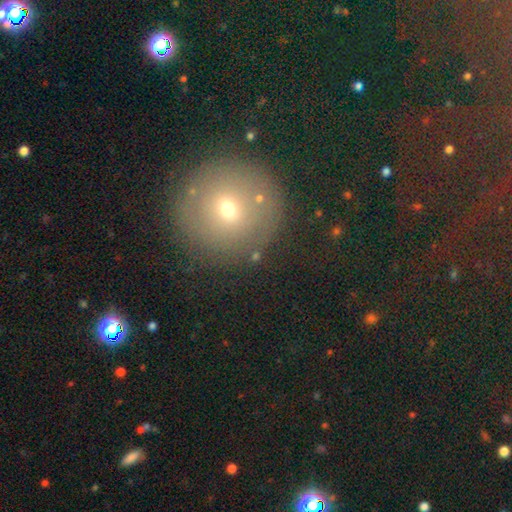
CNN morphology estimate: This is possibly a smooth galaxy (58%). How rounded: clearly round (93%). Merging: clearly none (83%).